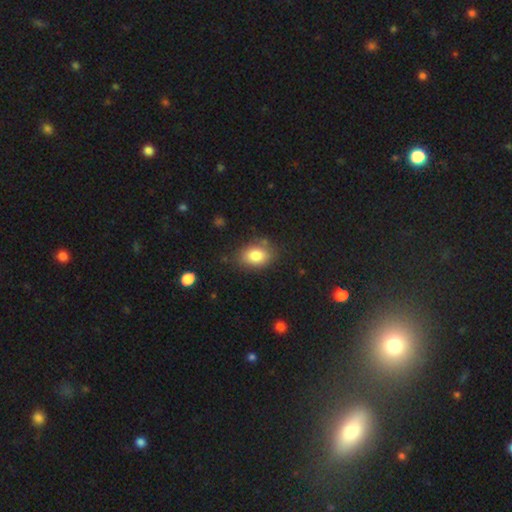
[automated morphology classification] type=smooth (83%); roundness=in between (80%); merging=none (79%).